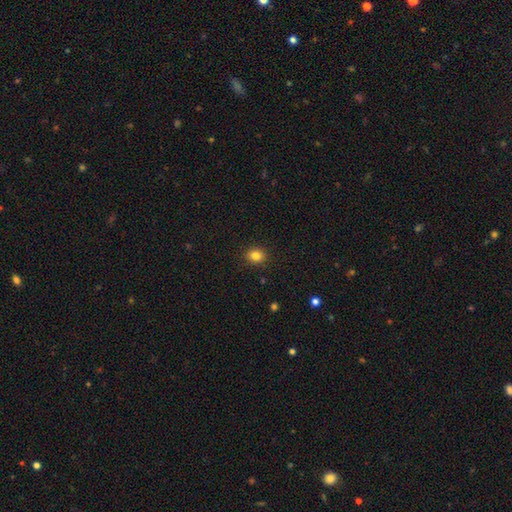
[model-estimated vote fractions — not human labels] This appears to be a smooth galaxy with no disk features (83%) that is round (65%). Merging: none (90%).